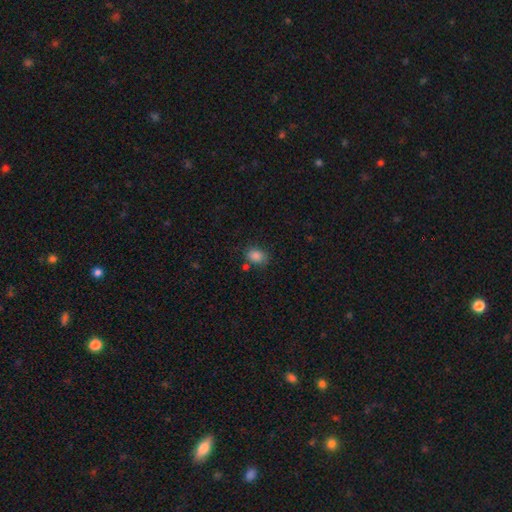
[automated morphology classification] smooth-or-featured: smooth: 85% | star or artifact: 10% | featured or disk: 4%
  how-rounded: in between: 67% | round: 32% | cigar-shaped: 1%
  merging: none: 71% | minor disturbance: 17% | merger: 7% | major disturbance: 5%